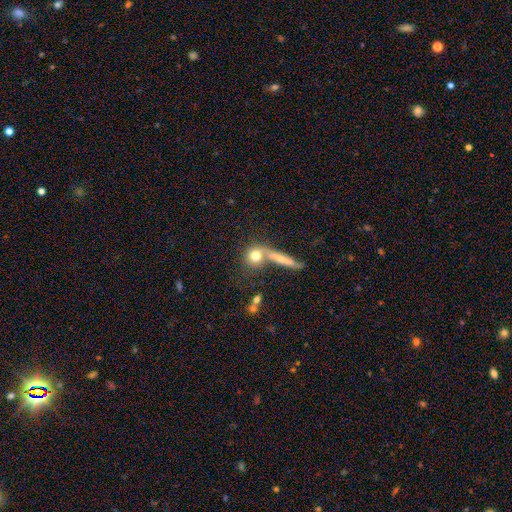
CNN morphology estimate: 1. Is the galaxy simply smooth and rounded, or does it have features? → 72% smooth, 18% featured or disk, 11% star or artifact.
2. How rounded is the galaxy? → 77% round, 14% in between, 9% cigar-shaped.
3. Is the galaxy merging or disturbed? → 52% none, 32% merger, 10% minor disturbance, 6% major disturbance.